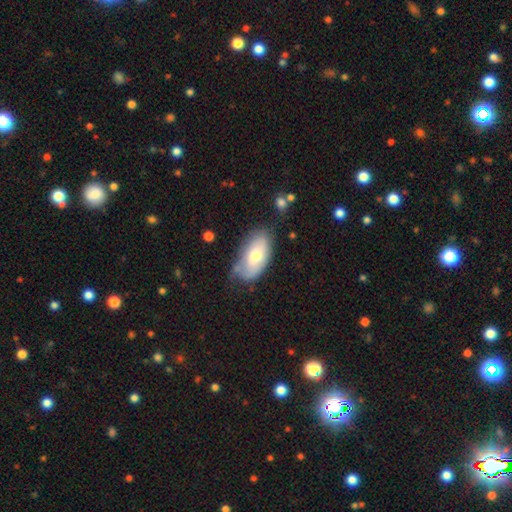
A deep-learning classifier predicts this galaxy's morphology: Smooth or featured? smooth (63%)
How rounded? in between (93%)
Merging? none (55%)